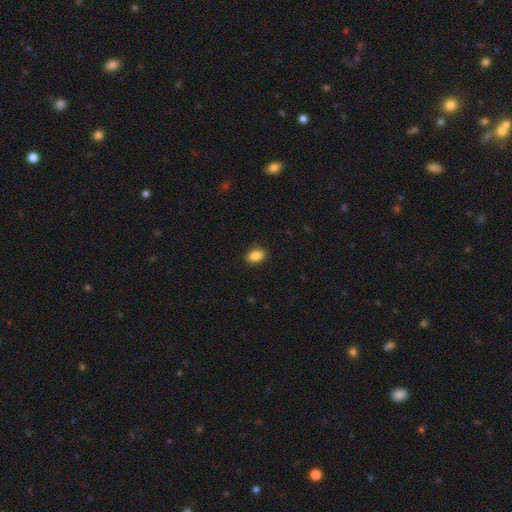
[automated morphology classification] A smooth galaxy with no disk features (88%) that is in between round and cigar-shaped (77%).

Vote fractions:
- Smooth or featured? smooth: 88% / star or artifact: 9% / featured or disk: 4%
- How rounded? in between: 77% / round: 21% / cigar-shaped: 1%
- Merging? none: 88% / minor disturbance: 9% / major disturbance: 2% / merger: 1%